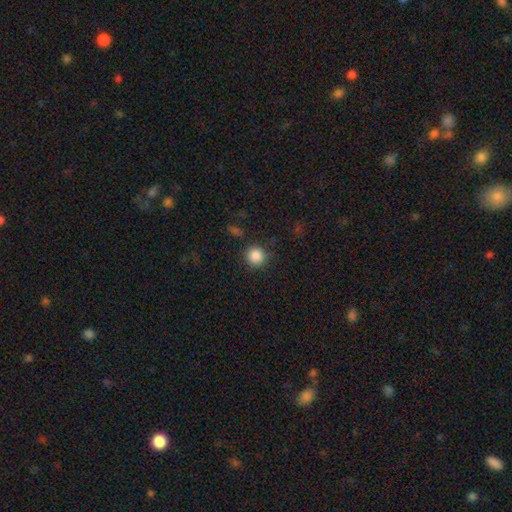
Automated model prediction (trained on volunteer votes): smooth-or-featured: smooth: 86% | star or artifact: 10% | featured or disk: 4%
  how-rounded: round: 94% | in between: 5% | cigar-shaped: 1%
  merging: none: 87% | minor disturbance: 8% | major disturbance: 3% | merger: 2%